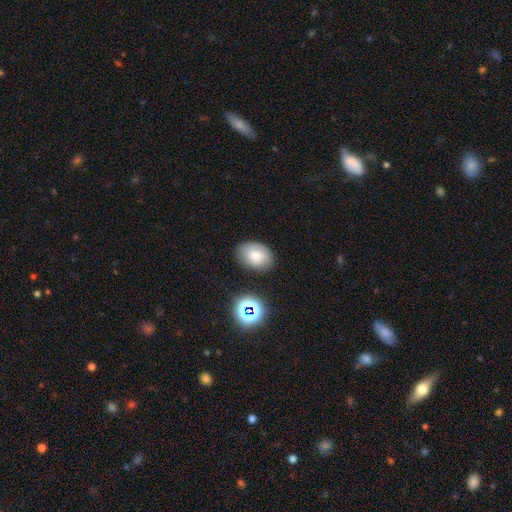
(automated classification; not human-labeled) A smooth galaxy with no disk features (73%) that is in between round and cigar-shaped (76%).

Vote fractions:
- Smooth or featured? smooth: 73% / featured or disk: 16% / star or artifact: 11%
- How rounded? in between: 76% / round: 23% / cigar-shaped: 1%
- Merging? none: 79% / minor disturbance: 14% / major disturbance: 4% / merger: 3%